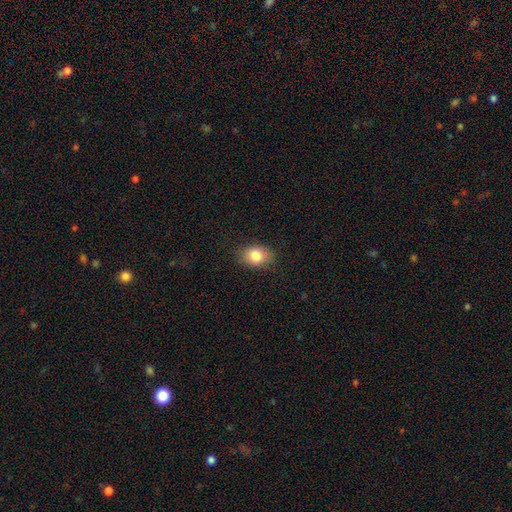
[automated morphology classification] Smooth or featured? Predicted: smooth (p=0.82). How rounded? Predicted: in between (p=0.63). Merging? Predicted: none (p=0.80).